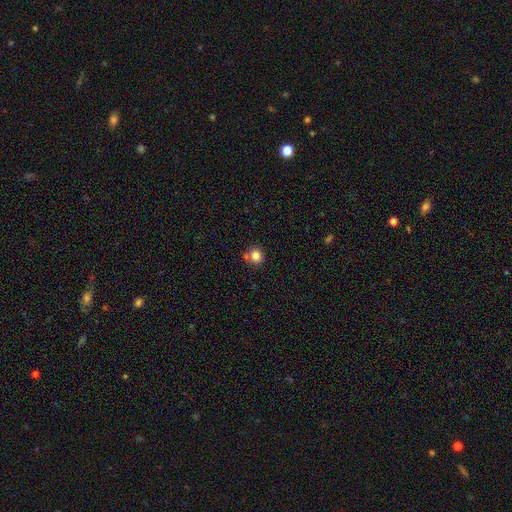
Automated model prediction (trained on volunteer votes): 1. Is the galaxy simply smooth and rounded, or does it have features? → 82% smooth, 11% star or artifact, 7% featured or disk.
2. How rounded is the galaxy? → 86% round, 13% in between, 1% cigar-shaped.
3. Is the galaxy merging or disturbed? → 68% none, 16% merger, 12% minor disturbance, 3% major disturbance.